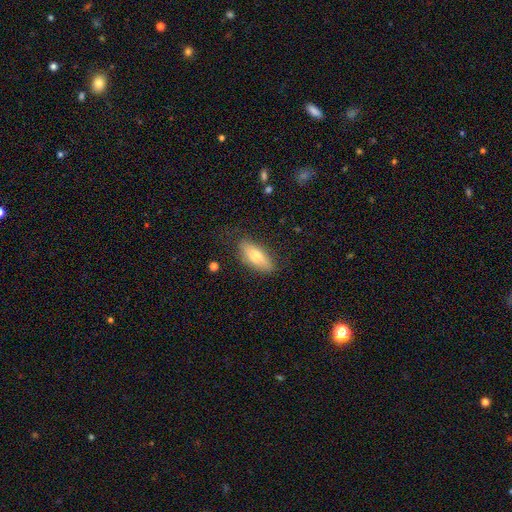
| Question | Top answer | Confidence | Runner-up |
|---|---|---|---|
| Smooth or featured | smooth | 65% | featured or disk (32%) |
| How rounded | in between | 73% | cigar-shaped (23%) |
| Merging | none | 90% | minor disturbance (10%) |